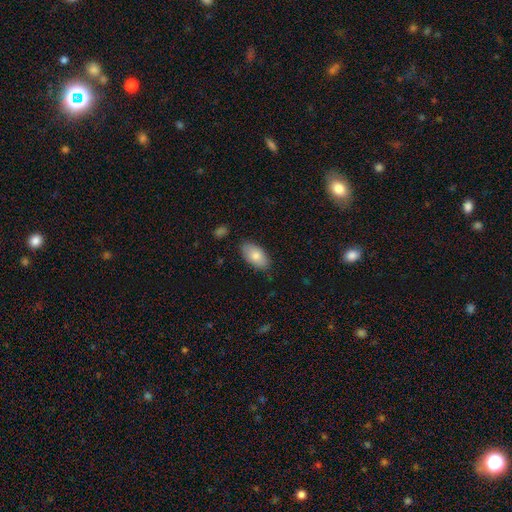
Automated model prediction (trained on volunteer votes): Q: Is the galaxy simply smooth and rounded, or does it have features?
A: smooth — 81%.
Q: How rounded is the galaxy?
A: in between — 94%.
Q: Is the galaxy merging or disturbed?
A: none — 82%.